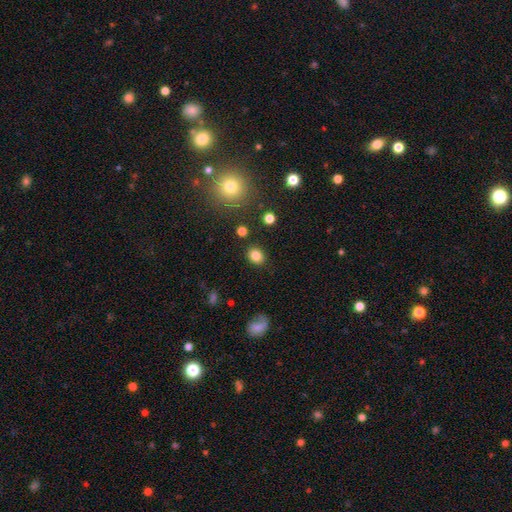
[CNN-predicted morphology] Overall: smooth (83%). How rounded: round (59%; in between 40%). Merging: none (86%).